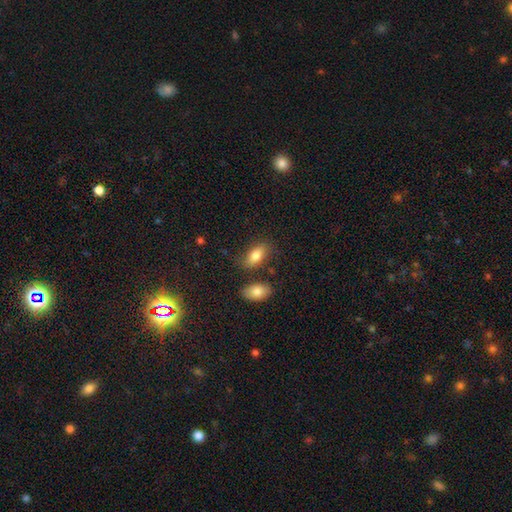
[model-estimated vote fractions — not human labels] smooth 80%, featured or disk 12%, star or artifact 8%. Down the decision tree: how rounded — in between (89%); merging — none (72%).